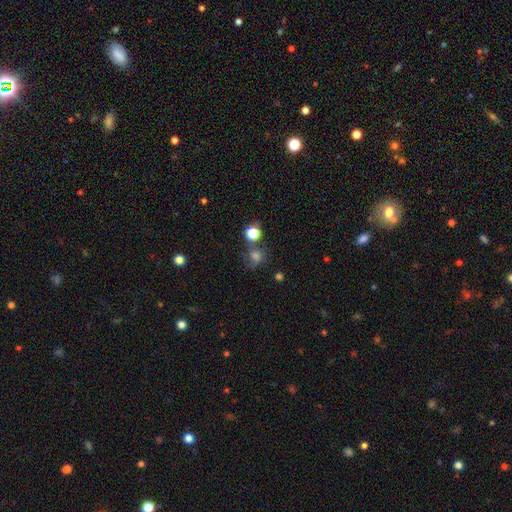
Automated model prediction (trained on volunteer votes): Overall: smooth (61%; star or artifact 23%). How rounded: round (79%). Merging: none (55%; minor disturbance 17%).